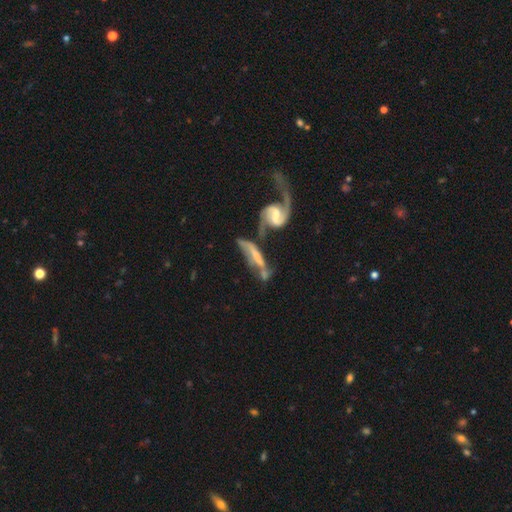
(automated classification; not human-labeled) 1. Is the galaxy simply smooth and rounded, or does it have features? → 70% featured or disk, 22% smooth, 7% star or artifact.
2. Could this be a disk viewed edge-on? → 74% no, 26% yes.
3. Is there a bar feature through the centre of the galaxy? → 37% strong, 34% weak, 29% no.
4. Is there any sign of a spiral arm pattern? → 77% yes, 23% no.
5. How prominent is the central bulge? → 36% none, 32% small, 24% moderate, 6% large, 2% dominant.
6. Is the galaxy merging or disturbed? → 44% merger, 24% none, 17% major disturbance, 15% minor disturbance.